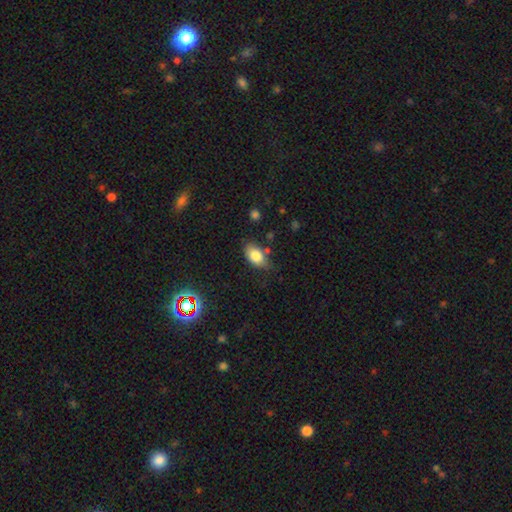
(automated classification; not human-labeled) Smooth or featured? smooth (80%)
How rounded? in between (89%)
Merging? none (69%)